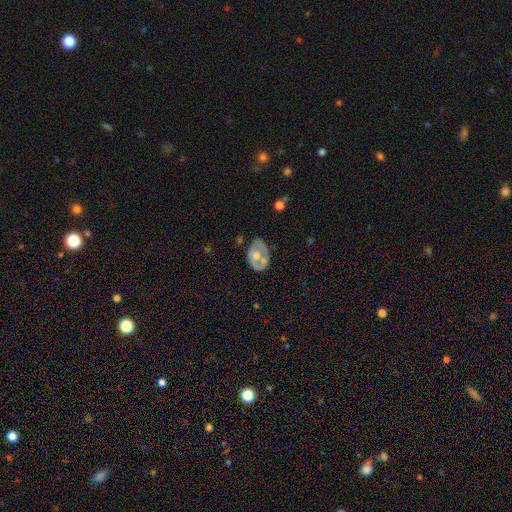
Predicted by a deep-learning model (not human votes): This appears to be a featured or disk galaxy (54%). Merging: none (60%).